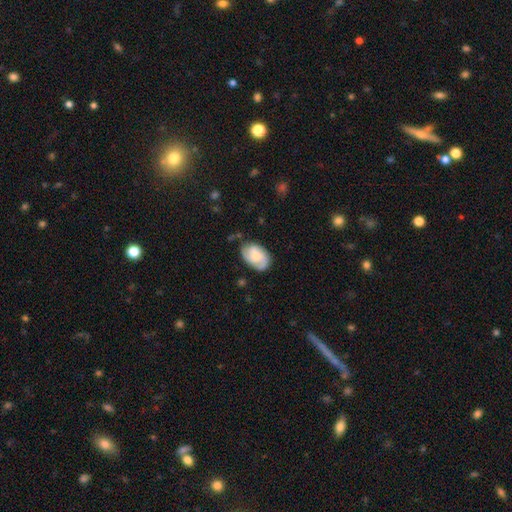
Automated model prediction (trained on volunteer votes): Q: Smooth or featured?
A: featured or disk (51%); runner-up: smooth (41%)
Q: Edge-on disk?
A: no (97%); runner-up: yes (3%)
Q: Merging?
A: none (66%); runner-up: minor disturbance (24%)